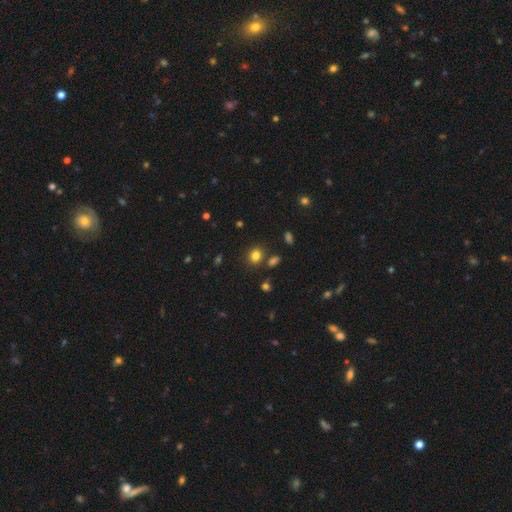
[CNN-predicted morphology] Smooth or featured? Predicted: smooth (p=0.81). How rounded? Predicted: round (p=0.61). Merging? Predicted: none (p=0.80).